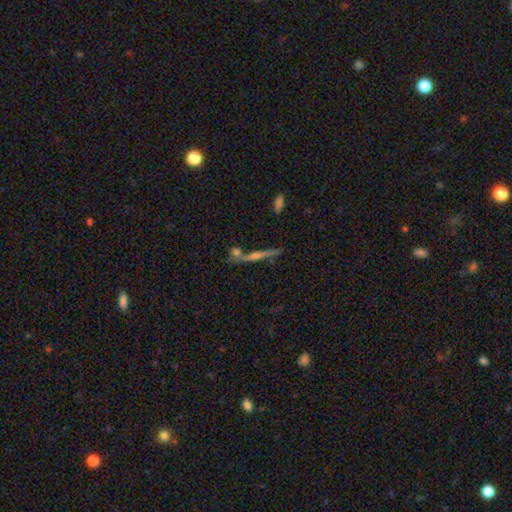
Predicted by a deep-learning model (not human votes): Overall: featured or disk (53%; smooth 26%). Edge-on disk: yes (87%). Merging: none (66%).